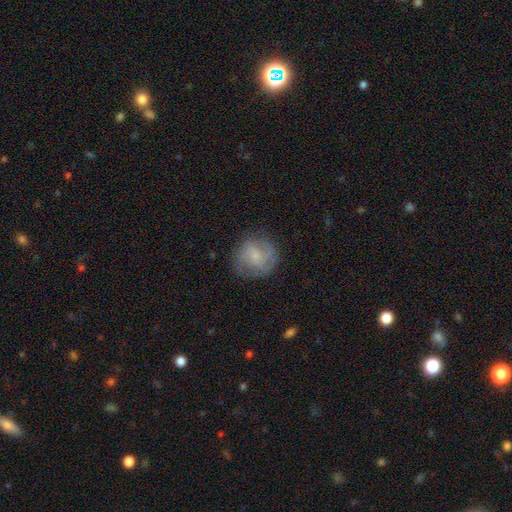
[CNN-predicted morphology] This appears to be a featured or disk galaxy (46%, tied with smooth). Merging: none (76%).